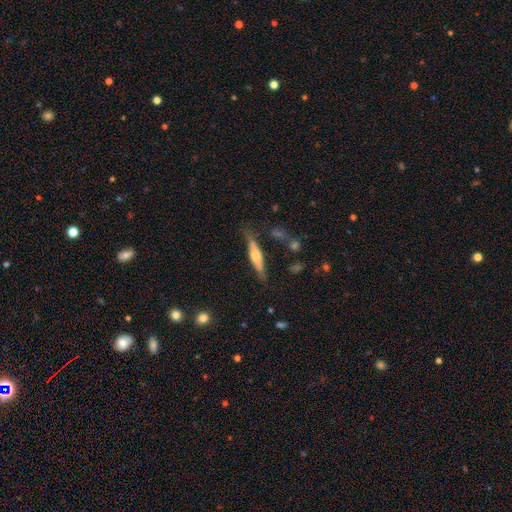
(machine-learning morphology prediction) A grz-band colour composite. It shows a featured or disk galaxy (51%) viewed edge-on (89%). Merging: none (66%).